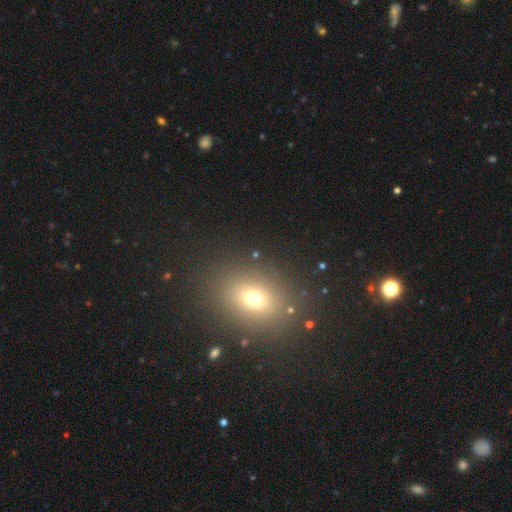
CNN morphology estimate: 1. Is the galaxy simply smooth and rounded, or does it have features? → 64% smooth, 24% star or artifact, 12% featured or disk.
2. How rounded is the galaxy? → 57% in between, 40% round, 2% cigar-shaped.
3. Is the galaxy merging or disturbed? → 86% none, 8% minor disturbance, 4% major disturbance, 3% merger.